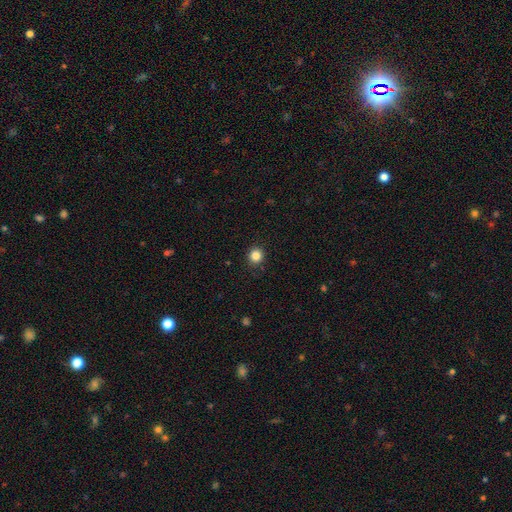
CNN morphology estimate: Smooth or featured? Predicted: smooth (p=0.84). How rounded? Predicted: round (p=0.91). Merging? Predicted: none (p=0.91).